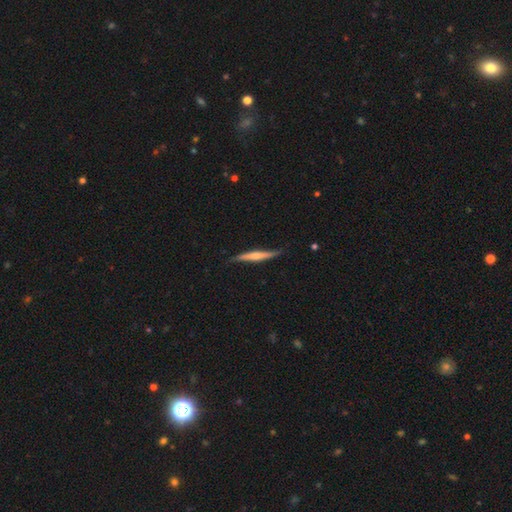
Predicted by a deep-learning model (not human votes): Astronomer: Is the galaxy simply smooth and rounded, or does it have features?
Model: featured or disk — 54% (runner-up: smooth, 41%).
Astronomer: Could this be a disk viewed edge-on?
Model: yes — 91%.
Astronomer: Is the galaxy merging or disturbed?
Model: none — 72%.